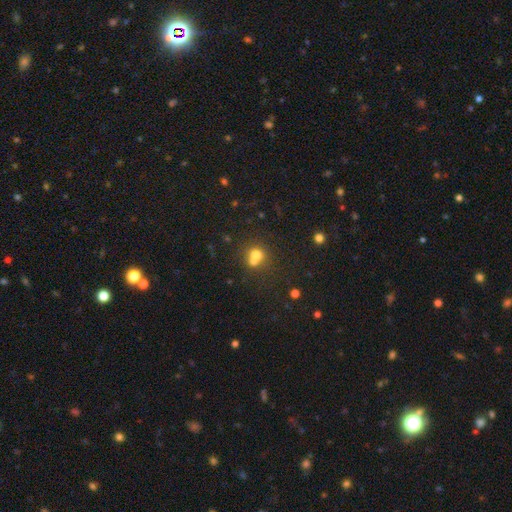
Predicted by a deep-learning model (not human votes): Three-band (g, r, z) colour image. It shows a smooth galaxy with no disk features (67%) that is round (81%). Merging: merger (52%).